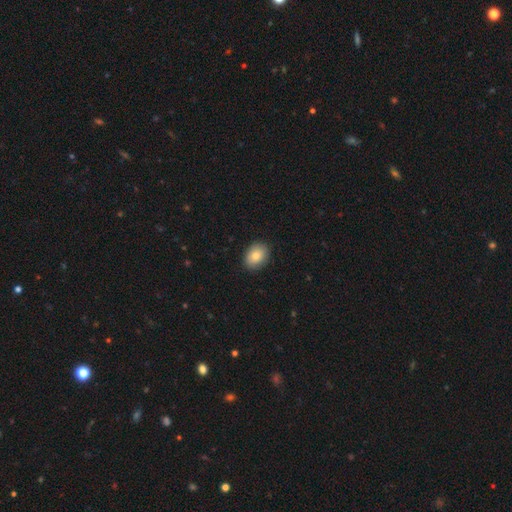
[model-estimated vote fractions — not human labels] Smooth or featured?
  - smooth: 81% *
  - featured or disk: 12%
  - star or artifact: 8%
How rounded?
  - in between: 66% *
  - round: 33%
  - cigar-shaped: 1%
Merging?
  - none: 88% *
  - minor disturbance: 9%
  - major disturbance: 2%
  - merger: 1%